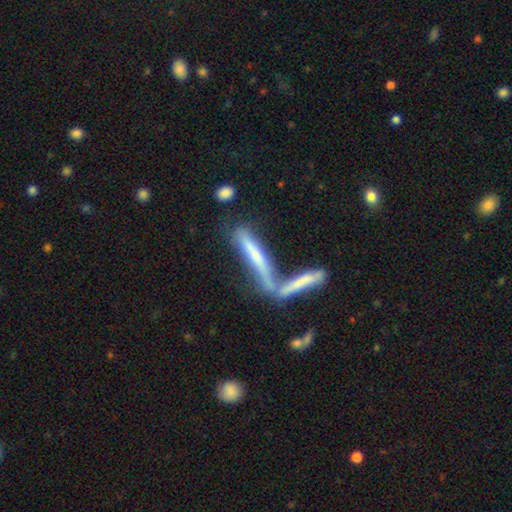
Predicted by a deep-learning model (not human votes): smooth_or_featured: featured or disk (p=0.50) [alt: smooth p=0.42]
merging: merger (p=0.48) [alt: none p=0.32]